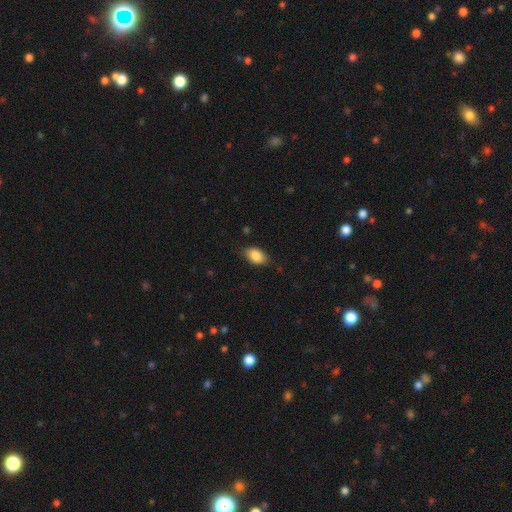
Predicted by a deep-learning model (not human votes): A smooth galaxy with no disk features (86%) that is in between round and cigar-shaped (88%).

Vote fractions:
- Smooth or featured? smooth: 86% / star or artifact: 7% / featured or disk: 6%
- How rounded? in between: 88% / round: 10% / cigar-shaped: 2%
- Merging? none: 76% / minor disturbance: 19% / major disturbance: 4% / merger: 1%